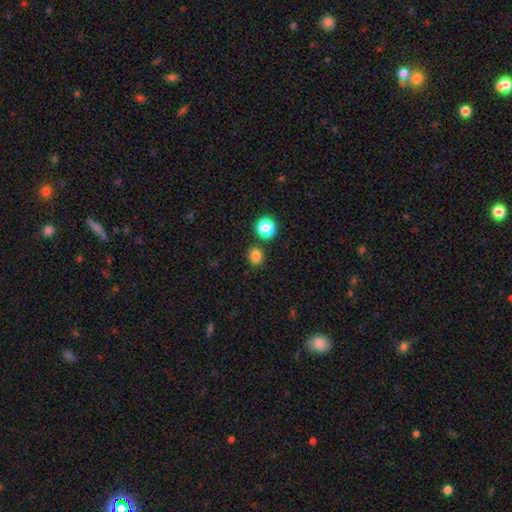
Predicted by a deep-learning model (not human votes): smooth-or-featured: smooth: 81% | star or artifact: 15% | featured or disk: 4%
  how-rounded: round: 81% | in between: 18% | cigar-shaped: 1%
  merging: none: 82% | merger: 8% | minor disturbance: 8% | major disturbance: 2%